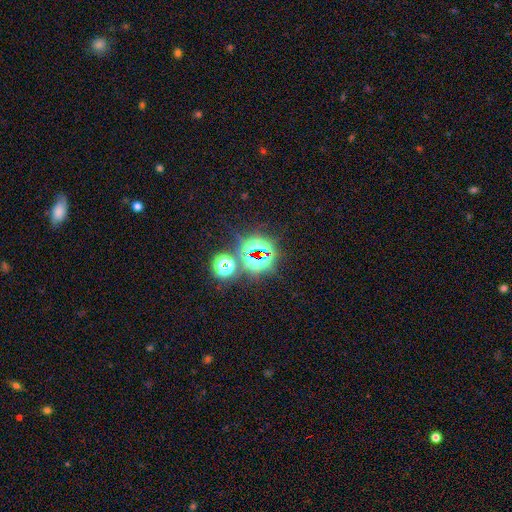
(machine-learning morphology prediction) Smooth or featured?
  - star or artifact: 76% *
  - smooth: 16%
  - featured or disk: 9%